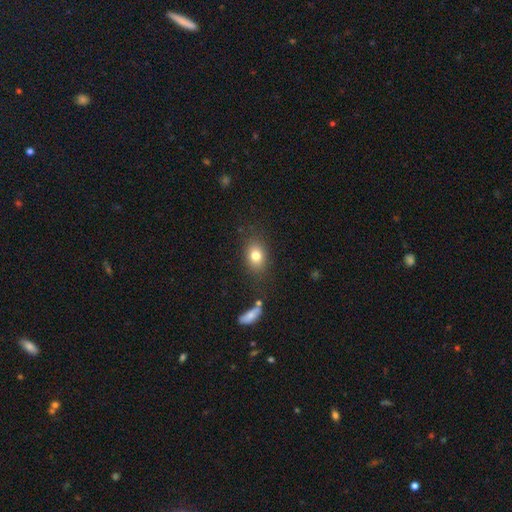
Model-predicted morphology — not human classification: A smooth galaxy with no disk features (79%) that is in between round and cigar-shaped (68%).

Vote fractions:
- Smooth or featured? smooth: 79% / featured or disk: 11% / star or artifact: 10%
- How rounded? in between: 68% / round: 30% / cigar-shaped: 2%
- Merging? none: 79% / minor disturbance: 13% / major disturbance: 5% / merger: 4%